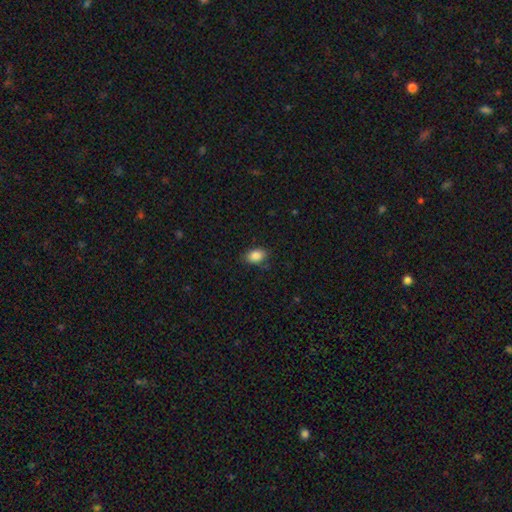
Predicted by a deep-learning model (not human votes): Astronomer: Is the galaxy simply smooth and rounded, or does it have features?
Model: smooth — 87%.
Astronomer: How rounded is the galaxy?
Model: in between — 82%.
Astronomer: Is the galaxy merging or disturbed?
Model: none — 82%.